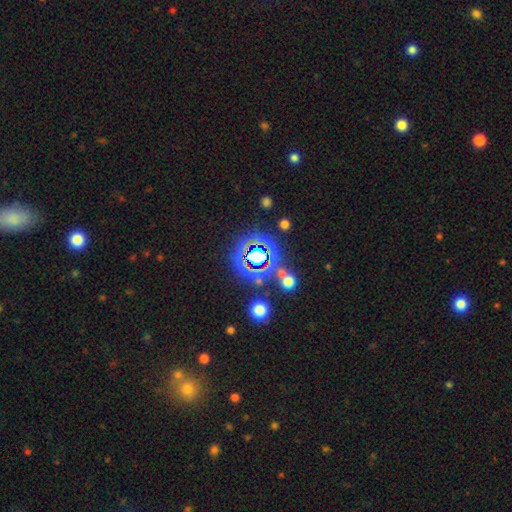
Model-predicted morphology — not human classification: smooth_or_featured: star or artifact (p=0.73) [alt: smooth p=0.19]